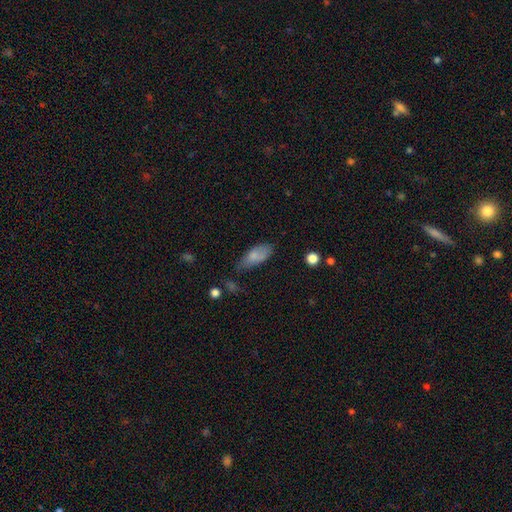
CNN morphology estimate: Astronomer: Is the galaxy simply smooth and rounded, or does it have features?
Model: smooth — 80%.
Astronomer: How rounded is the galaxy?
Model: in between — 83%.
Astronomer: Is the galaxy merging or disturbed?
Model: none — 54% (runner-up: minor disturbance, 32%).